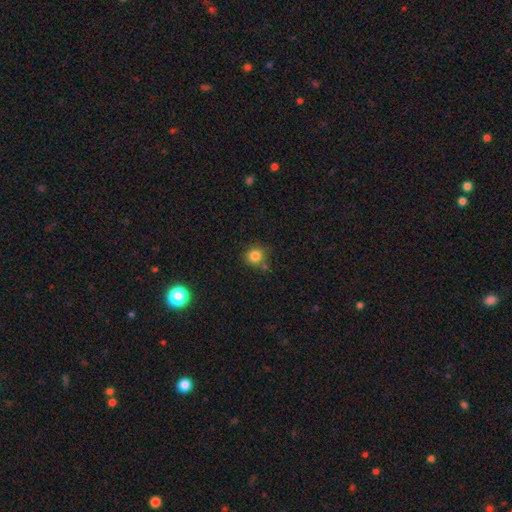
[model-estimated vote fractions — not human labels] Morphology: type=smooth (83%); roundness=round (89%); merging=none (75%).